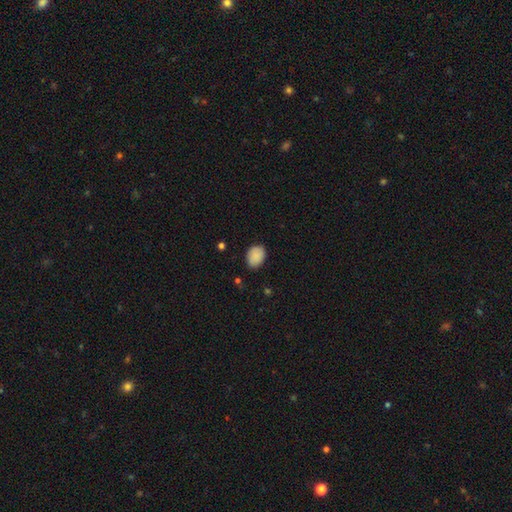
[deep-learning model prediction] Q: Smooth or featured?
A: smooth (88%); runner-up: star or artifact (7%)
Q: How rounded?
A: in between (68%); runner-up: round (31%)
Q: Merging?
A: none (79%); runner-up: minor disturbance (17%)